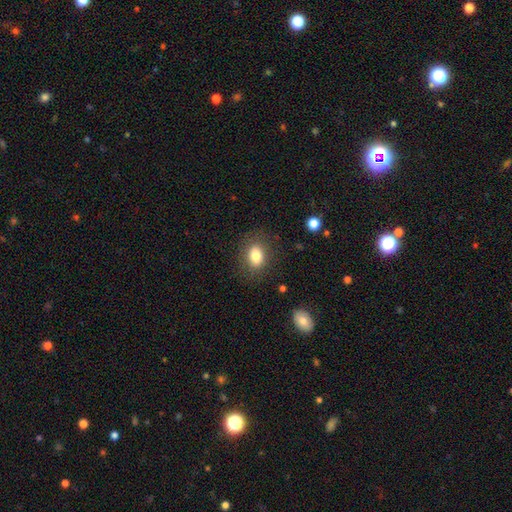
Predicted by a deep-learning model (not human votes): Overall: smooth (82%). How rounded: in between (70%). Merging: none (81%).